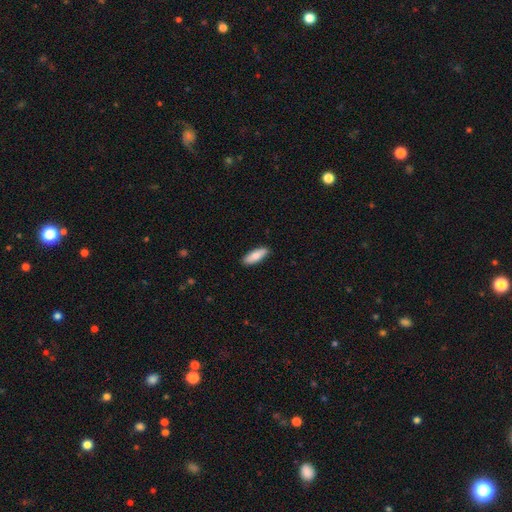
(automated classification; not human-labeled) Smooth or featured? smooth (77%)
How rounded? in between (60%)
Merging? none (89%)